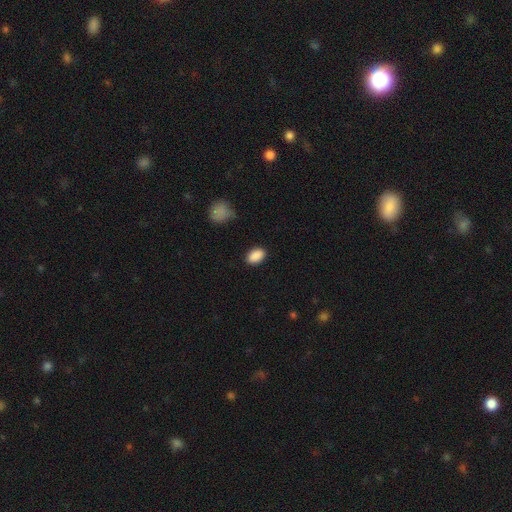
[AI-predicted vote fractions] This is clearly a smooth galaxy (90%). How rounded: clearly in between (89%). Merging: clearly none (86%).